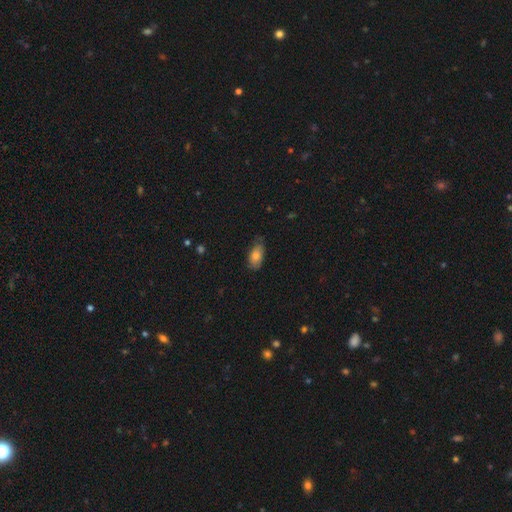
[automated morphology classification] Q: Smooth or featured?
A: smooth (76%); runner-up: featured or disk (17%)
Q: How rounded?
A: in between (91%); runner-up: round (5%)
Q: Merging?
A: none (65%); runner-up: minor disturbance (28%)